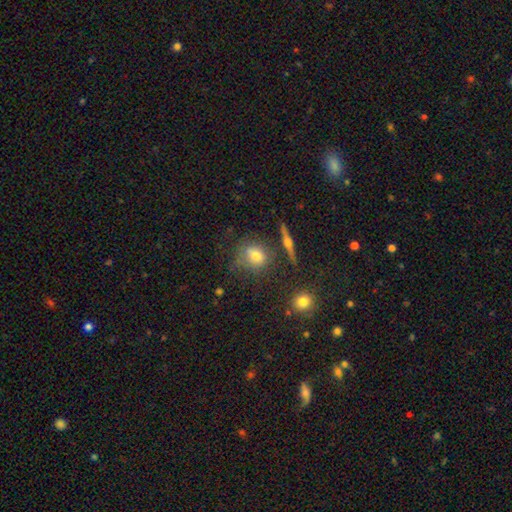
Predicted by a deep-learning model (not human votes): The model was most divided on "how rounded": round: 62%, in between: 34%, cigar-shaped: 4%. More confident: smooth or featured — smooth (66%); merging — none (66%).